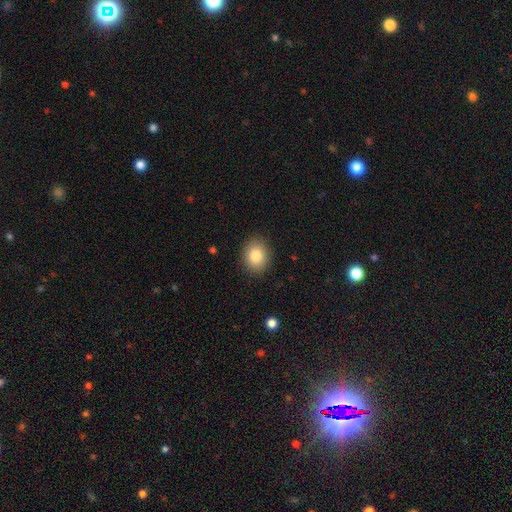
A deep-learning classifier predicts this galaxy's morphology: smooth_or_featured: smooth (p=0.83) [alt: star or artifact p=0.09]
how_rounded: round (p=0.61) [alt: in between p=0.38]
merging: none (p=0.89) [alt: minor disturbance p=0.07]